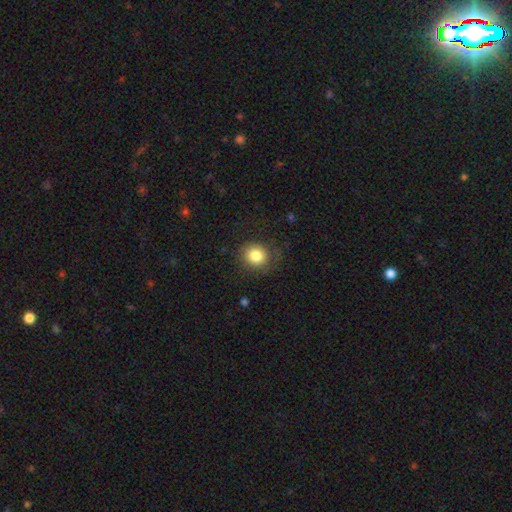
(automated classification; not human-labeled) The model was most divided on "merging": none: 74%, minor disturbance: 17%, major disturbance: 8%, merger: 1%. More confident: smooth or featured — smooth (83%); how rounded — round (82%).